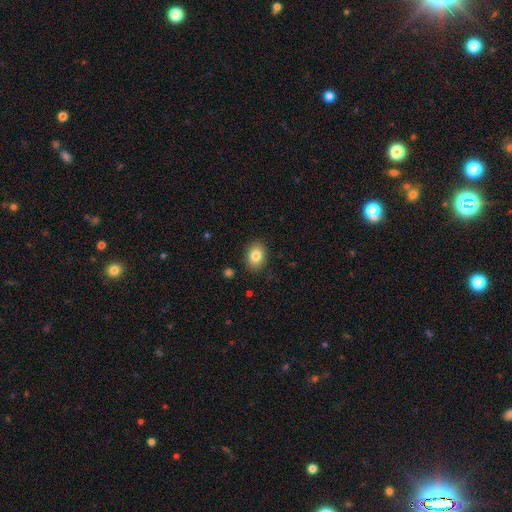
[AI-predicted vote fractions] This is clearly a smooth galaxy (84%). How rounded: likely in between (66%). Merging: clearly none (87%).